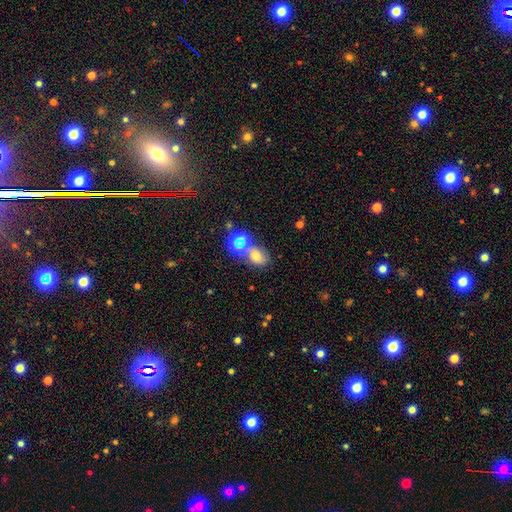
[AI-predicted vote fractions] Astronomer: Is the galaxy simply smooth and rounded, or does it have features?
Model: smooth — 58%.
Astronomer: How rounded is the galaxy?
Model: in between — 60% (runner-up: round, 39%).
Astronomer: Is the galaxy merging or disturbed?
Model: none — 48% (runner-up: merger, 33%).